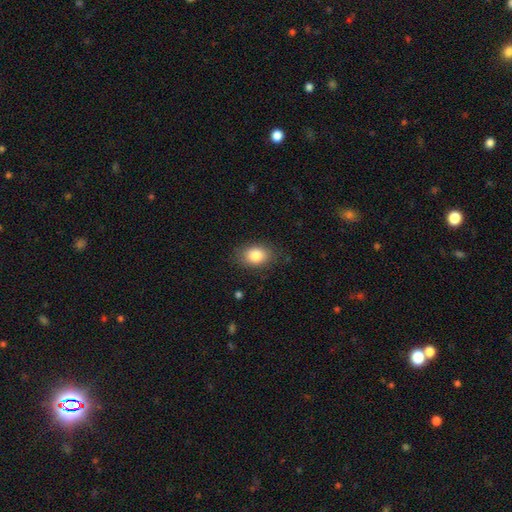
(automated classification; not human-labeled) This is clearly a smooth galaxy (83%). How rounded: likely in between (69%). Merging: clearly none (83%).